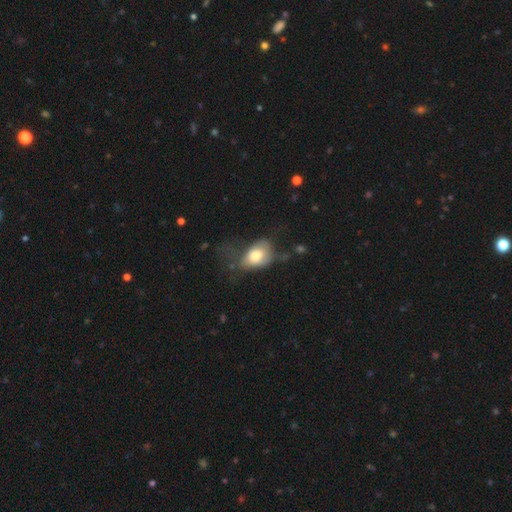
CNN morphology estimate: Overall: smooth (72%). How rounded: in between (75%). Merging: major disturbance (37%; minor disturbance 30%).